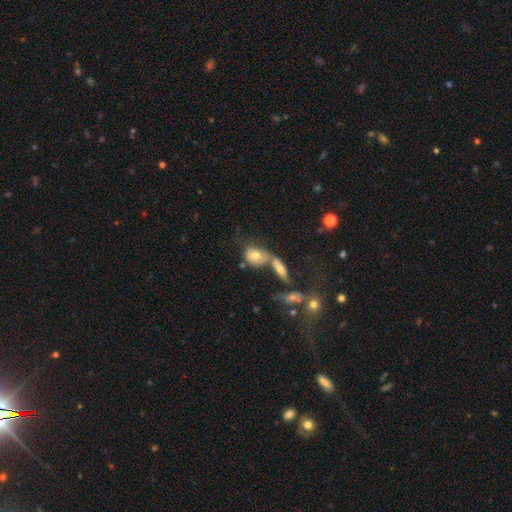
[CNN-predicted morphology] A smooth galaxy with no disk features (62%) that is in between round and cigar-shaped (64%). Merging: merger (47%).